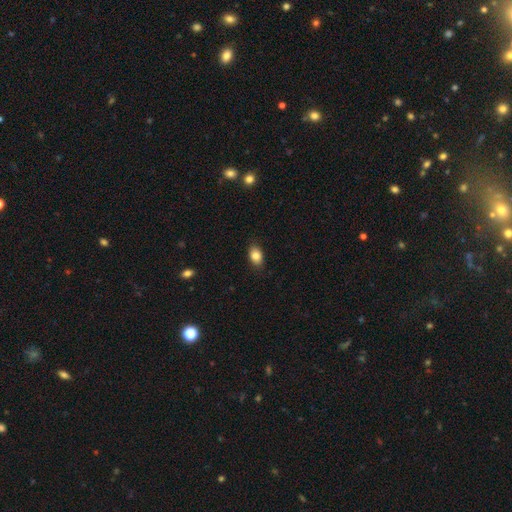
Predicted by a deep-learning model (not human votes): smooth_or_featured: smooth (p=0.84) [alt: star or artifact p=0.08]
how_rounded: in between (p=0.84) [alt: round p=0.14]
merging: none (p=0.86) [alt: minor disturbance p=0.11]